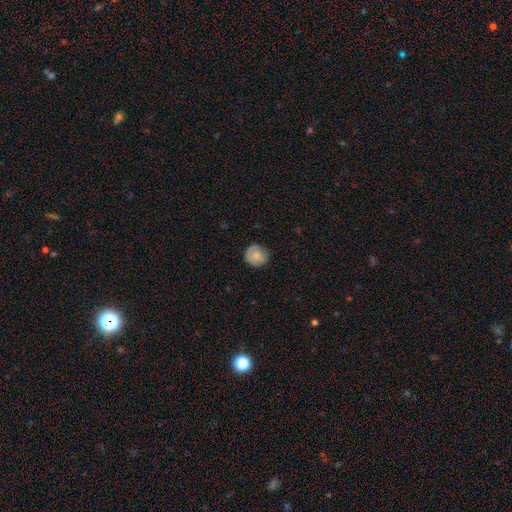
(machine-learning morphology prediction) smooth_or_featured: smooth (p=0.79) [alt: featured or disk p=0.14]
how_rounded: round (p=0.87) [alt: in between p=0.12]
merging: none (p=0.77) [alt: minor disturbance p=0.18]